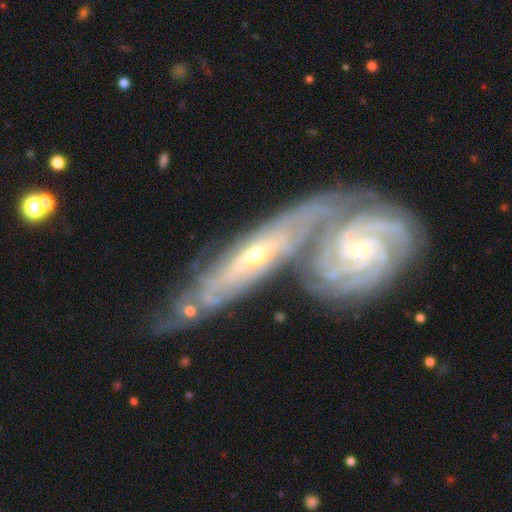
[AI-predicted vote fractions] This is clearly a featured or disk galaxy (86%). It is clearly not viewed edge-on (81%). Bar: likely no (61%). Spiral arm pattern: clearly yes (94%). Spiral arm count: marginally can't tell (45%). Spiral winding: clearly tight (82%). Central bulge: likely small (65%). Merging: possibly merger (54%).